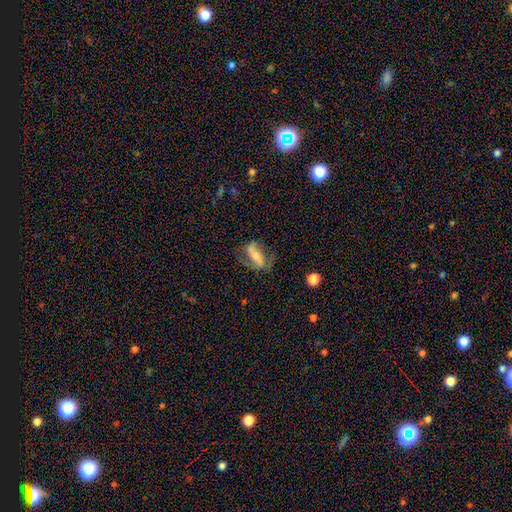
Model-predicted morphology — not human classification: A featured or disk galaxy (66%) with a strong bar (46%), spiral arms (80%) and a moderate central bulge (46%). Merging: none (61%).